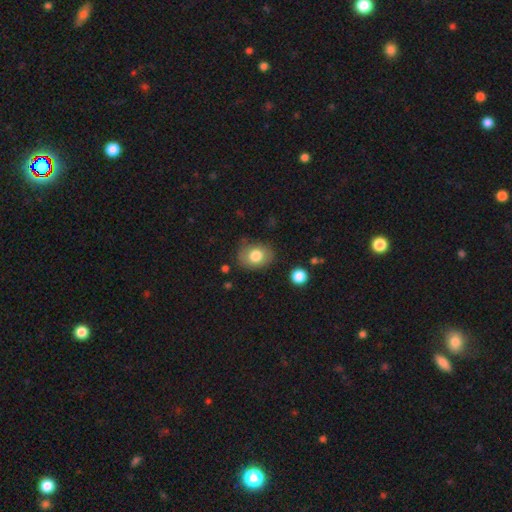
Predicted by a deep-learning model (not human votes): This appears to be a smooth galaxy with no disk features (79%) that is in between round and cigar-shaped (57%). Merging: none (76%).